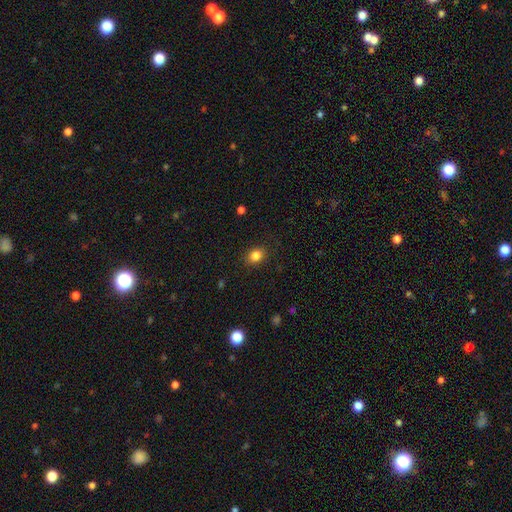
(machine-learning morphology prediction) Q: Smooth or featured?
A: smooth (84%); runner-up: star or artifact (11%)
Q: How rounded?
A: round (50%); runner-up: in between (49%)
Q: Merging?
A: none (87%); runner-up: minor disturbance (9%)